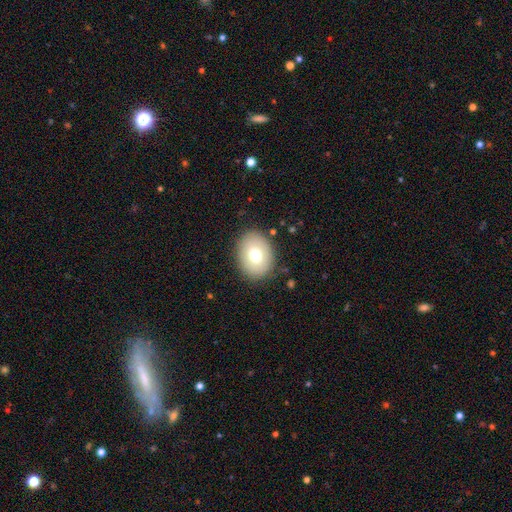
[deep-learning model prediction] smooth 61%, featured or disk 24%, star or artifact 15%. Down the decision tree: how rounded — in between (50%); merging — none (86%).